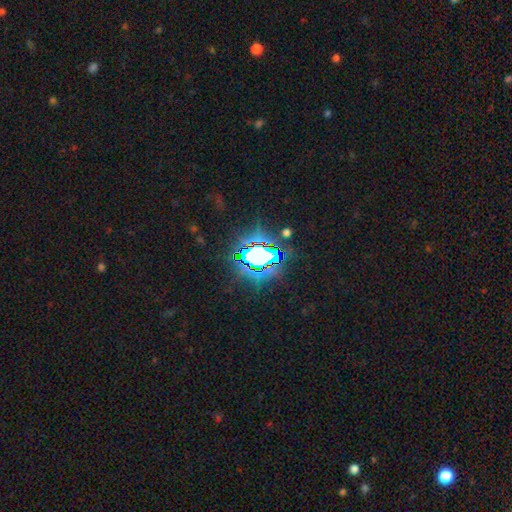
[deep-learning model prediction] This appears to be a star or artifact, not a galaxy (74%).